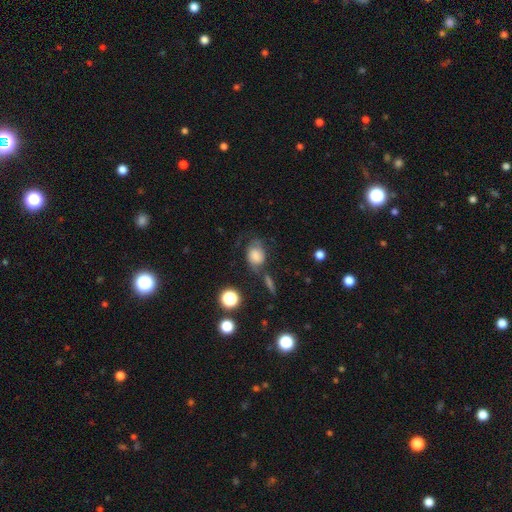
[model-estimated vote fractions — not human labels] smooth 63%, featured or disk 25%, star or artifact 12%. Down the decision tree: how rounded — in between (65%); merging — none (48%).